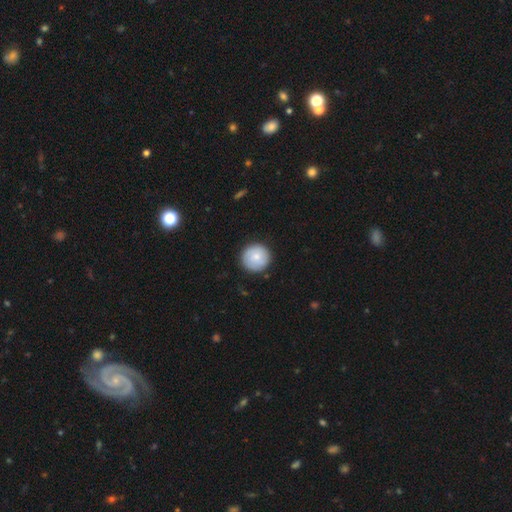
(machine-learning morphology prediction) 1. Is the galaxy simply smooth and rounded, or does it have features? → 77% smooth, 16% featured or disk, 7% star or artifact.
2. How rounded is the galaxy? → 95% round, 4% in between, 1% cigar-shaped.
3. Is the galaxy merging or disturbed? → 89% none, 8% minor disturbance, 2% major disturbance, 1% merger.